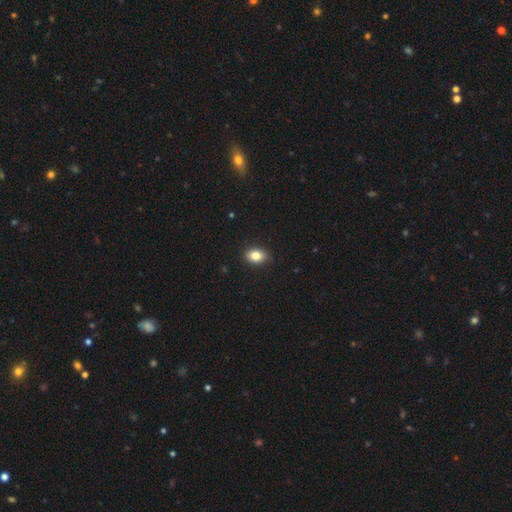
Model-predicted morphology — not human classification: A smooth galaxy with no disk features (85%) that is in between round and cigar-shaped (75%). Merging: none (88%).